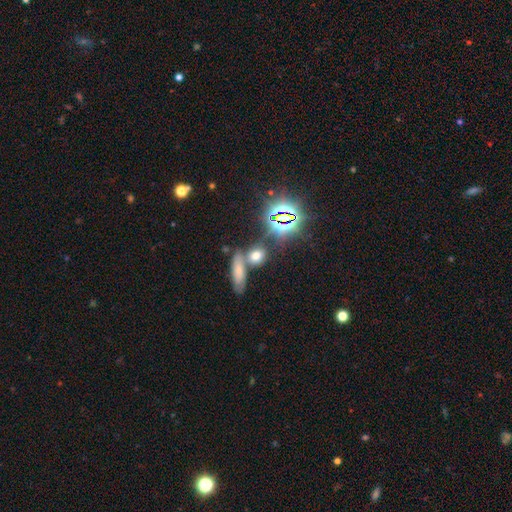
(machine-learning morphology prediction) type=smooth (57%); roundness=round (46%); merging=none (61%).